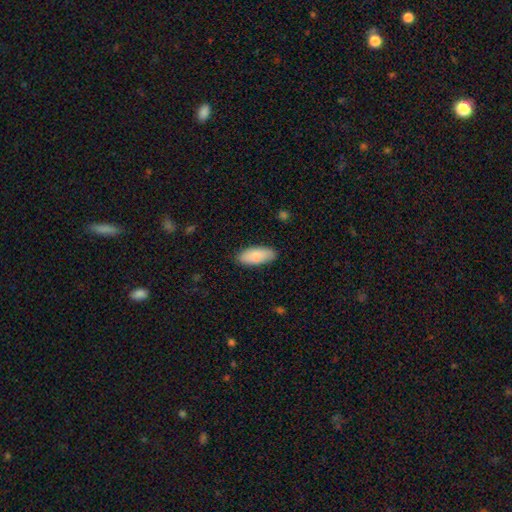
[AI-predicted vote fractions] This is clearly a smooth galaxy (84%). How rounded: clearly in between (85%). Merging: clearly none (85%).